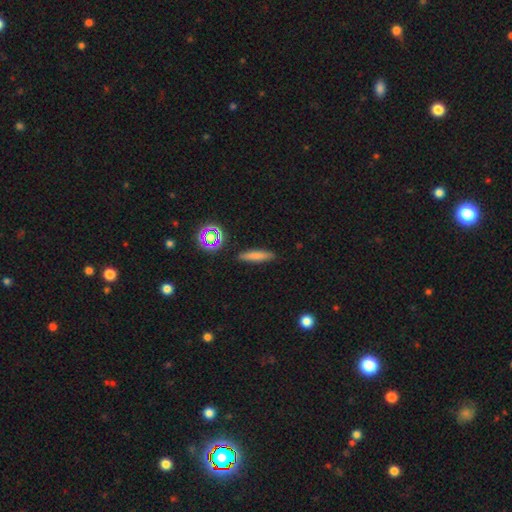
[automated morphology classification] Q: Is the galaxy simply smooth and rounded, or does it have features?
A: smooth — 74%.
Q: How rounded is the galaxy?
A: cigar-shaped — 84%.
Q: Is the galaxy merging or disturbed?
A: none — 88%.